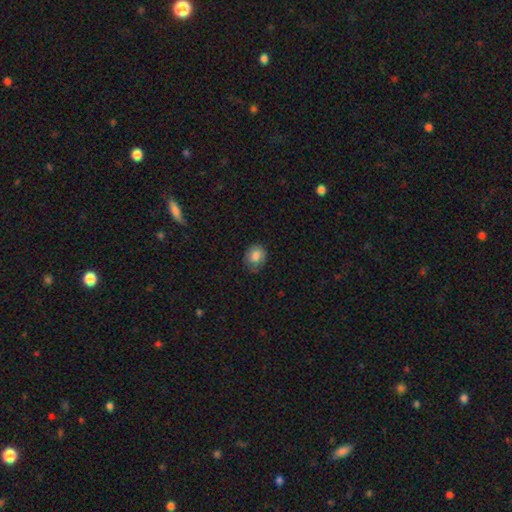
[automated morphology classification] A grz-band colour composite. It shows a smooth galaxy with no disk features (82%) that is round (64%). Merging: none (74%).